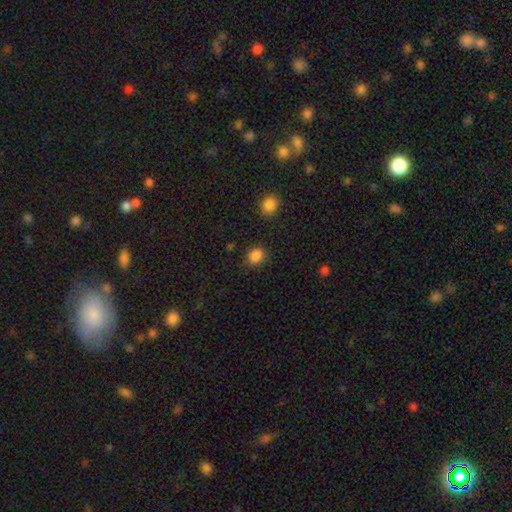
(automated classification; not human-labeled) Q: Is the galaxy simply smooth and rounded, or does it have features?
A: smooth — 86%.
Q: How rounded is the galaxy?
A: in between — 50%.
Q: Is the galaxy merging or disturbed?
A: none — 79%.